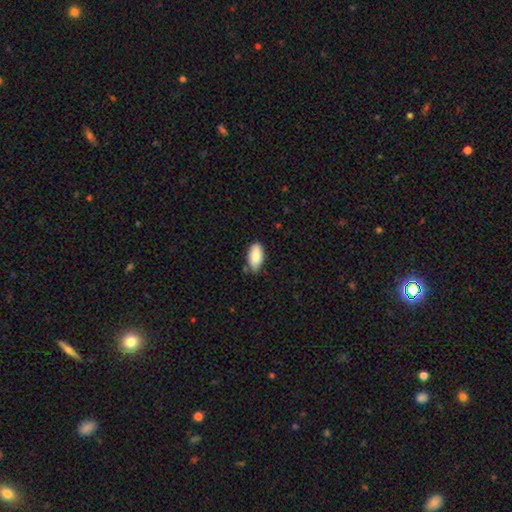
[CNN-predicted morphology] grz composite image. It shows a smooth galaxy with no disk features (86%) that is in between round and cigar-shaped (93%). Merging: none (73%).